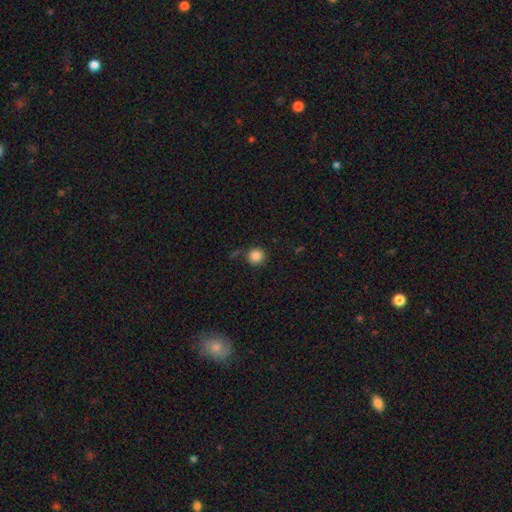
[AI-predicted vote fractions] smooth 85%, star or artifact 10%, featured or disk 4%. Down the decision tree: how rounded — round (94%); merging — none (83%).